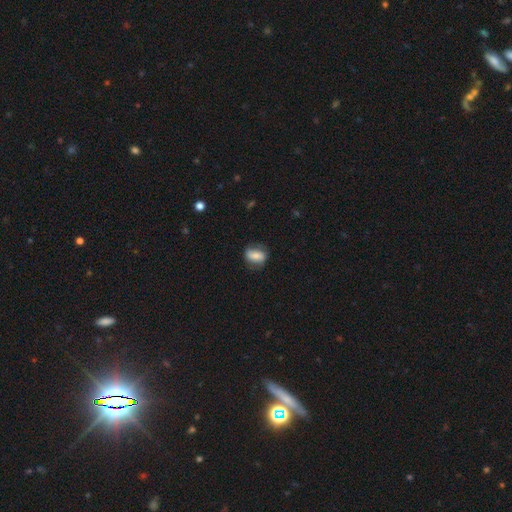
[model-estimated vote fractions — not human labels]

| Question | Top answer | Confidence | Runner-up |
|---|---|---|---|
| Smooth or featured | smooth | 58% | featured or disk (34%) |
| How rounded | in between | 71% | round (24%) |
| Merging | none | 72% | minor disturbance (20%) |